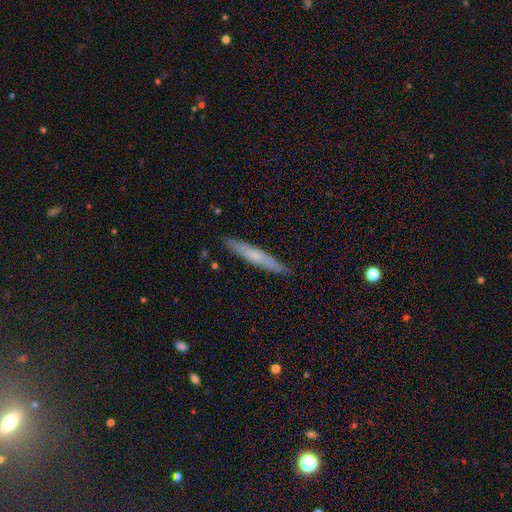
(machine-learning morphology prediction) smooth 56%, featured or disk 39%, star or artifact 6%. Down the decision tree: how rounded — cigar-shaped (94%); merging — none (89%).